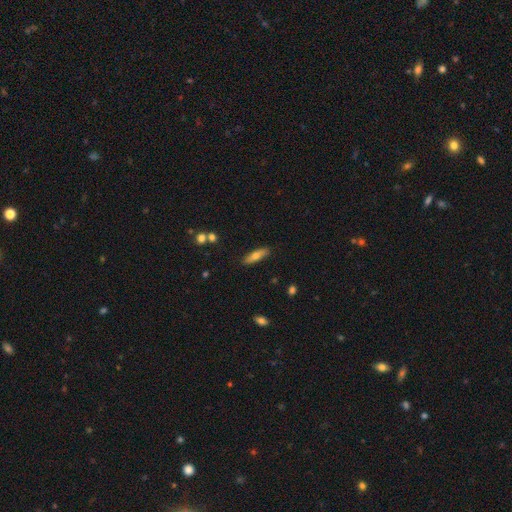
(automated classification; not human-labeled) This is likely a smooth galaxy (65%). How rounded: likely cigar-shaped (60%). Merging: clearly none (86%).